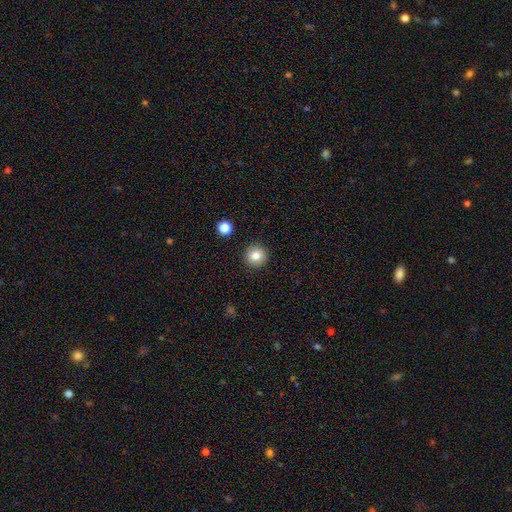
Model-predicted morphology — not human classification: Q: Smooth or featured?
A: smooth (81%); runner-up: star or artifact (11%)
Q: How rounded?
A: round (95%); runner-up: in between (4%)
Q: Merging?
A: none (92%); runner-up: minor disturbance (5%)